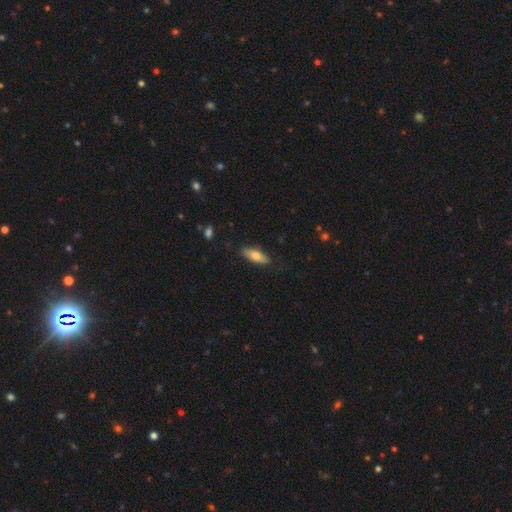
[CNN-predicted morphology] smooth-or-featured: smooth: 72% | featured or disk: 21% | star or artifact: 6%
  how-rounded: in between: 67% | cigar-shaped: 30% | round: 2%
  merging: none: 82% | minor disturbance: 14% | major disturbance: 3% | merger: 1%